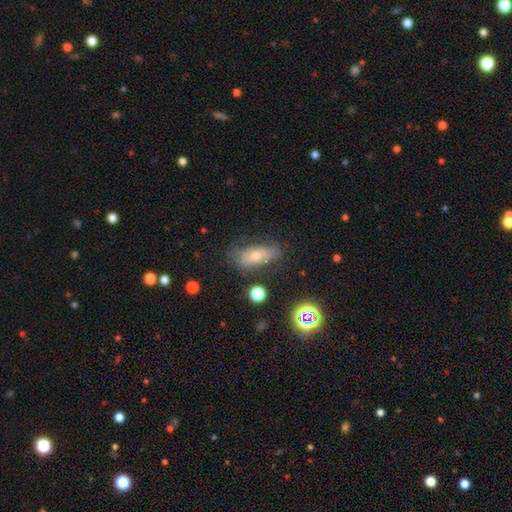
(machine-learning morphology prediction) Smooth or featured?
  - smooth: 52% *
  - featured or disk: 33%
  - star or artifact: 15%
How rounded?
  - in between: 72% *
  - cigar-shaped: 23%
  - round: 6%
Merging?
  - none: 70% *
  - minor disturbance: 20%
  - major disturbance: 7%
  - merger: 3%